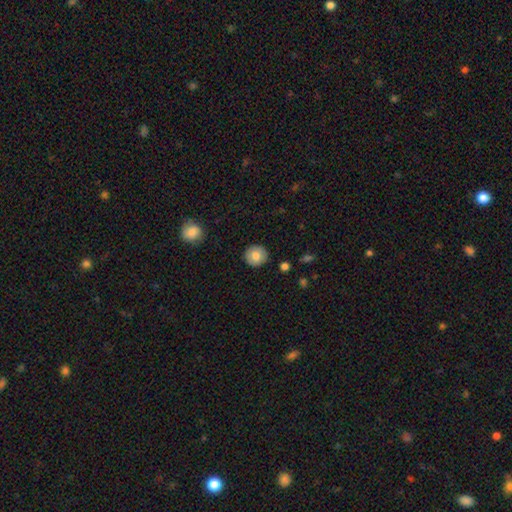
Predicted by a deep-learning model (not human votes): Smooth or featured: smooth — 78% (featured or disk — 15%)
How rounded: round — 91% (in between — 8%)
Merging: none — 90% (minor disturbance — 7%)